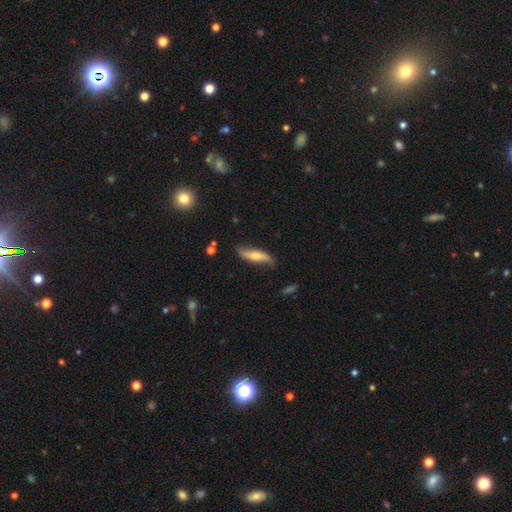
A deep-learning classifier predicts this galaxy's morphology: type=smooth (51%); roundness=cigar-shaped (64%); merging=none (72%).